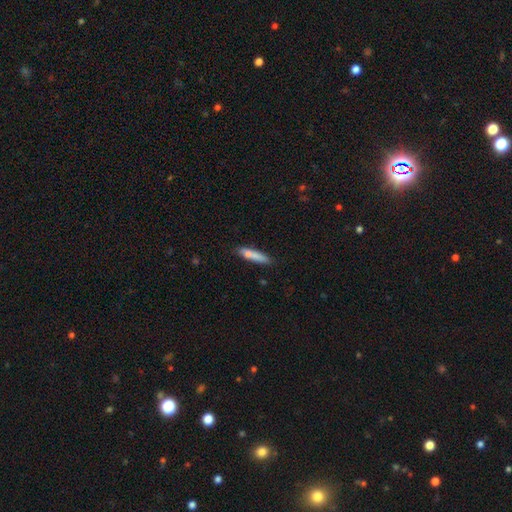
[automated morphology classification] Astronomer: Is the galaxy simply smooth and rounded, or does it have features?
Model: smooth — 72%.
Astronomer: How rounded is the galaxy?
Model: cigar-shaped — 86%.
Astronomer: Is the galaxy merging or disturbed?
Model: none — 75%.